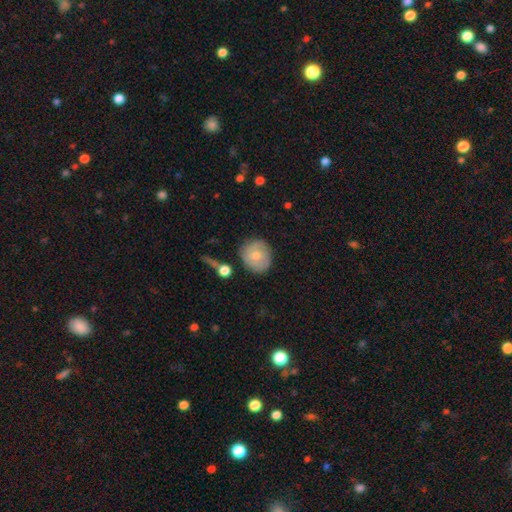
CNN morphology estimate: smooth_or_featured: smooth (p=0.67) [alt: featured or disk p=0.25]
how_rounded: round (p=0.85) [alt: in between p=0.14]
merging: none (p=0.77) [alt: minor disturbance p=0.15]